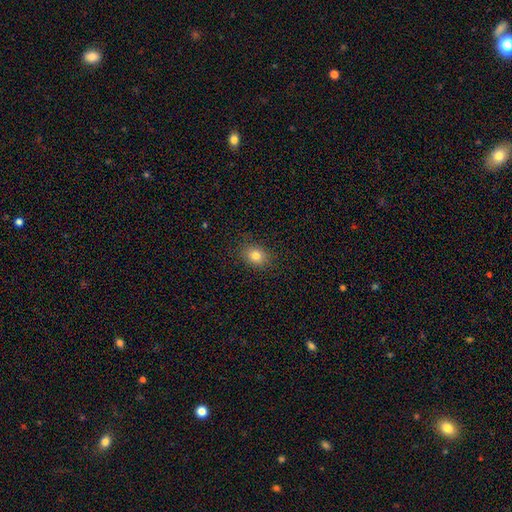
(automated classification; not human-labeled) This is likely a smooth galaxy (80%). How rounded: possibly in between (51%). Merging: clearly none (87%).